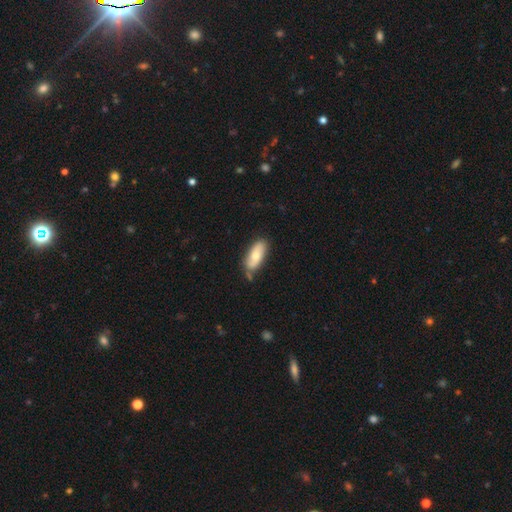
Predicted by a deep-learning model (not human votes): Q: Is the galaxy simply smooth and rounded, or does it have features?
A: smooth — 68%.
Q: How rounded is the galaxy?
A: in between — 82%.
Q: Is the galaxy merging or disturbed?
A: none — 67%.